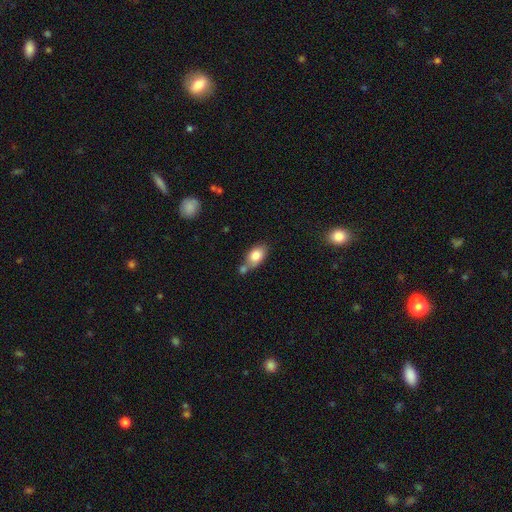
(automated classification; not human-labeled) Q: Smooth or featured?
A: smooth (81%); runner-up: featured or disk (11%)
Q: How rounded?
A: in between (85%); runner-up: round (13%)
Q: Merging?
A: none (46%); runner-up: merger (33%)